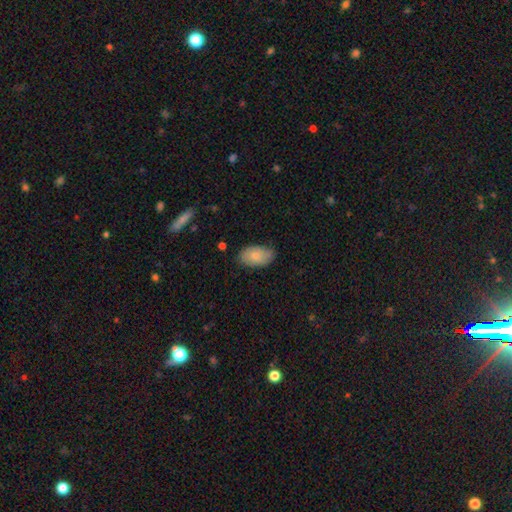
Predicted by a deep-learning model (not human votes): smooth-or-featured: smooth: 78% | featured or disk: 16% | star or artifact: 6%
  how-rounded: in between: 93% | round: 5% | cigar-shaped: 2%
  merging: none: 76% | minor disturbance: 19% | major disturbance: 3% | merger: 1%